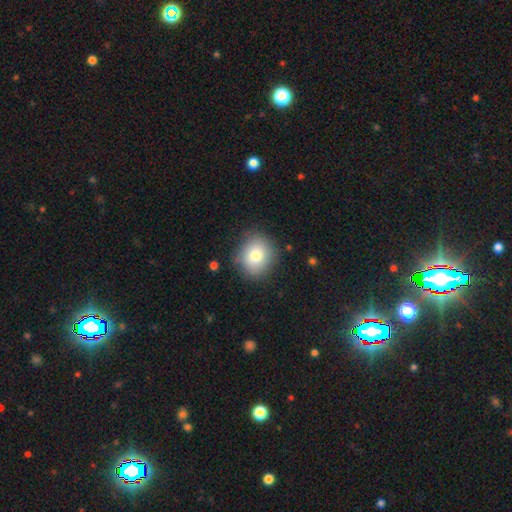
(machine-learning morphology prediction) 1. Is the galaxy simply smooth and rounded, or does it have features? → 78% smooth, 12% featured or disk, 10% star or artifact.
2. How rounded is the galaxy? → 80% round, 19% in between, 1% cigar-shaped.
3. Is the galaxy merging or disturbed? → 84% none, 12% minor disturbance, 3% major disturbance, 2% merger.